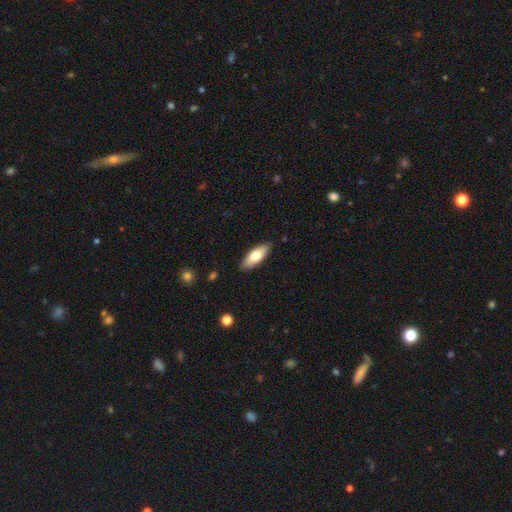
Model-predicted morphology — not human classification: Overall: smooth (74%). How rounded: in between (70%). Merging: none (87%).